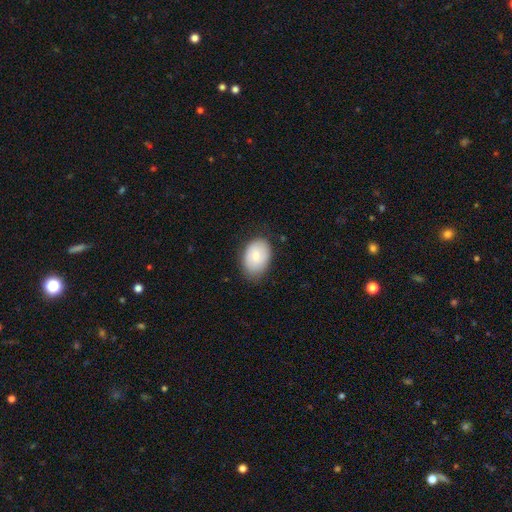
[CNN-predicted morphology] Overall: smooth (74%). How rounded: in between (81%). Merging: none (75%).